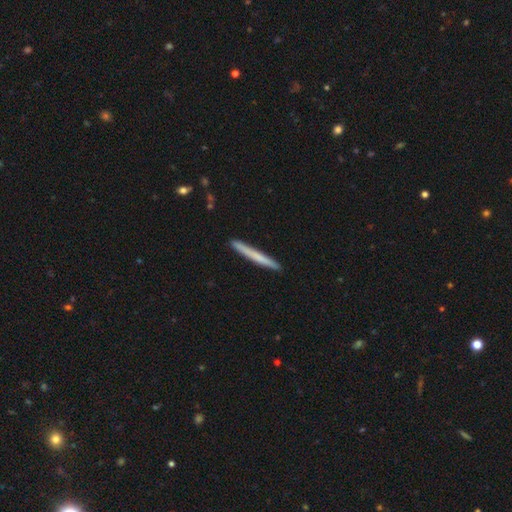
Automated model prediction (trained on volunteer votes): Smooth or featured?
  - smooth: 64% *
  - featured or disk: 31%
  - star or artifact: 5%
How rounded?
  - cigar-shaped: 97% *
  - in between: 2%
  - round: 1%
Merging?
  - none: 92% *
  - minor disturbance: 6%
  - major disturbance: 1%
  - merger: 1%